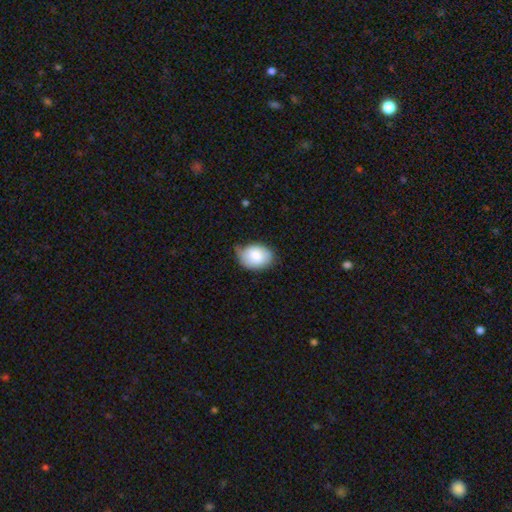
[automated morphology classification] A smooth galaxy with no disk features (77%) that is in between round and cigar-shaped (74%). Merging: none (57%).